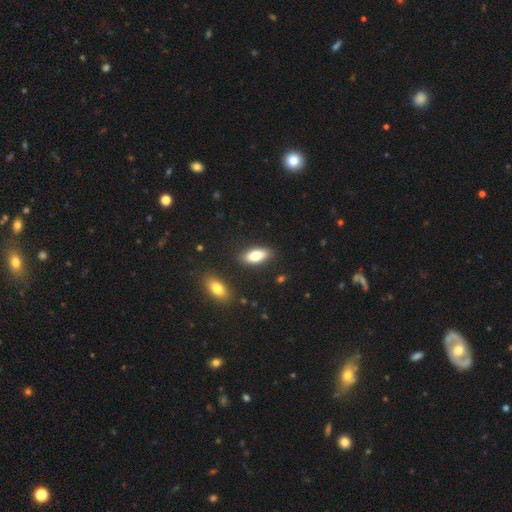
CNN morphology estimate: Overall: smooth (77%). How rounded: in between (85%). Merging: none (86%).